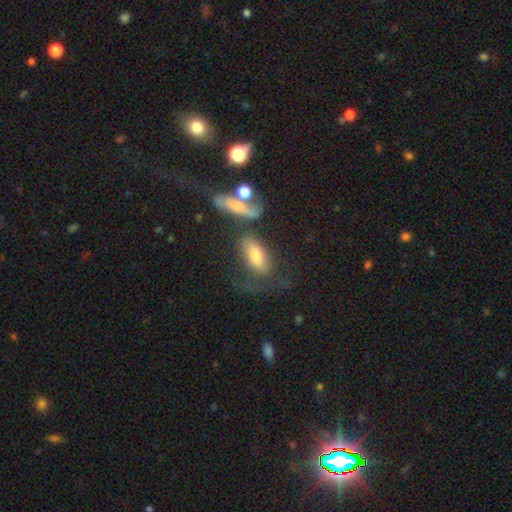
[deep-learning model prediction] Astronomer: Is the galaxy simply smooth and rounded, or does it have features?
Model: smooth — 63%.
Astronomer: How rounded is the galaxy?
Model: in between — 81%.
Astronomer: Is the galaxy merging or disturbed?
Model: none — 34% (runner-up: major disturbance, 25%).